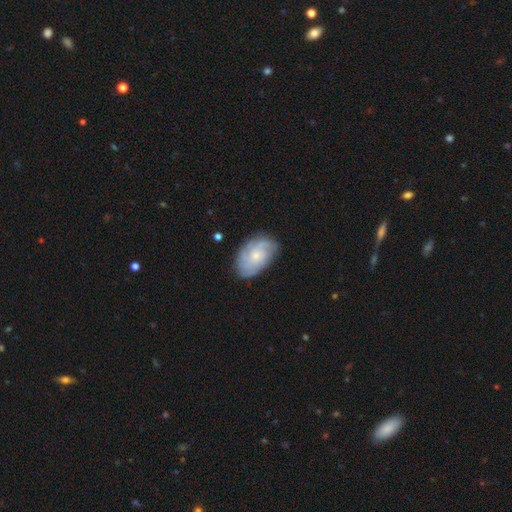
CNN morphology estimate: Smooth or featured?
  - featured or disk: 65% *
  - smooth: 28%
  - star or artifact: 7%
Edge-on disk?
  - no: 96% *
  - yes: 4%
Bar?
  - no: 80% *
  - weak: 18%
  - strong: 2%
Spiral arms?
  - yes: 90% *
  - no: 10%
Spiral winding?
  - tight: 58% *
  - medium: 31%
  - loose: 11%
Spiral arm count?
  - can't tell: 45% *
  - 3: 16%
  - 4: 15%
  - 2: 12%
  - more than 4: 6%
  - 1: 5%
Bulge size?
  - small: 64% *
  - moderate: 28%
  - none: 5%
  - large: 2%
  - dominant: 1%
Merging?
  - none: 77% *
  - minor disturbance: 17%
  - major disturbance: 5%
  - merger: 1%